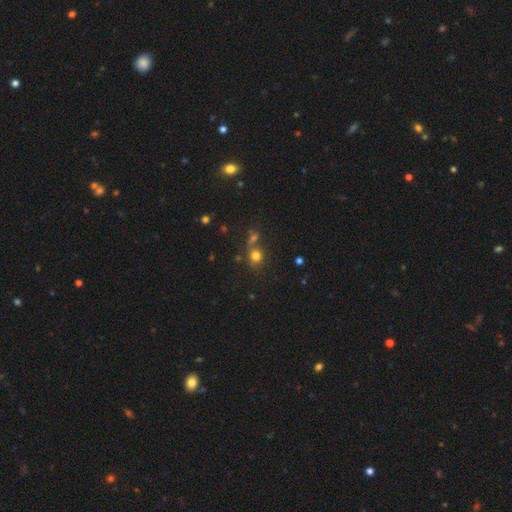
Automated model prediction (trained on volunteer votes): smooth 74%, star or artifact 18%, featured or disk 8%. Down the decision tree: how rounded — round (85%); merging — none (61%).